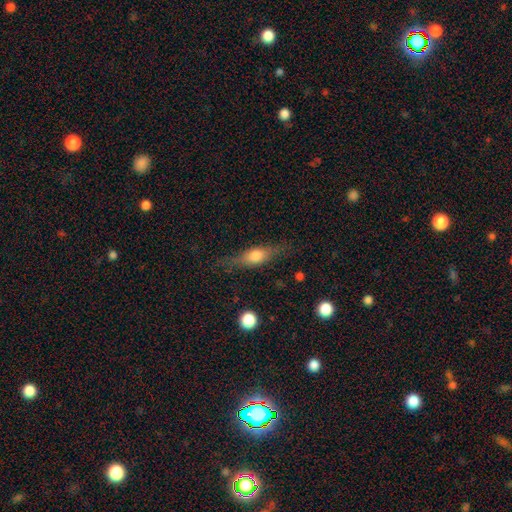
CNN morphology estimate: smooth-or-featured: smooth: 53% | featured or disk: 40% | star or artifact: 7%
  how-rounded: cigar-shaped: 50% | in between: 44% | round: 6%
  merging: none: 75% | minor disturbance: 17% | major disturbance: 6% | merger: 2%